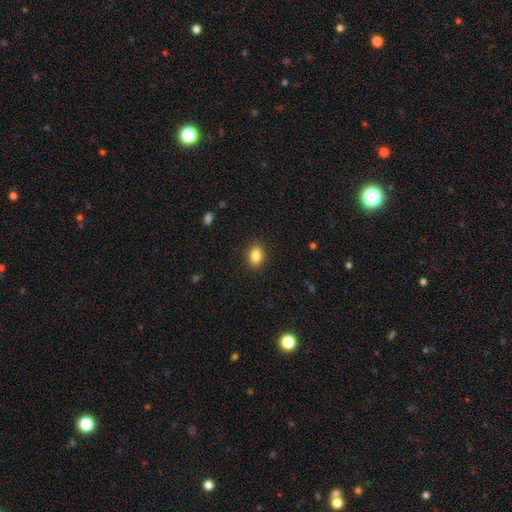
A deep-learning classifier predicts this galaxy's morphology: smooth_or_featured: smooth (p=0.85) [alt: star or artifact p=0.09]
how_rounded: in between (p=0.72) [alt: round p=0.27]
merging: none (p=0.89) [alt: minor disturbance p=0.08]